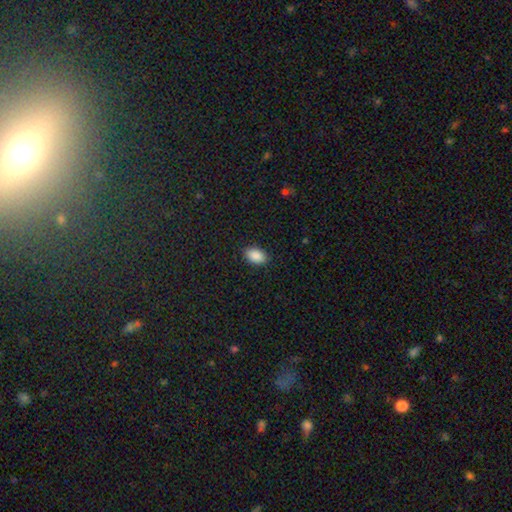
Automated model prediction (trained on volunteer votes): Smooth or featured: smooth — 89% (star or artifact — 8%)
How rounded: in between — 90% (round — 8%)
Merging: none — 88% (minor disturbance — 9%)